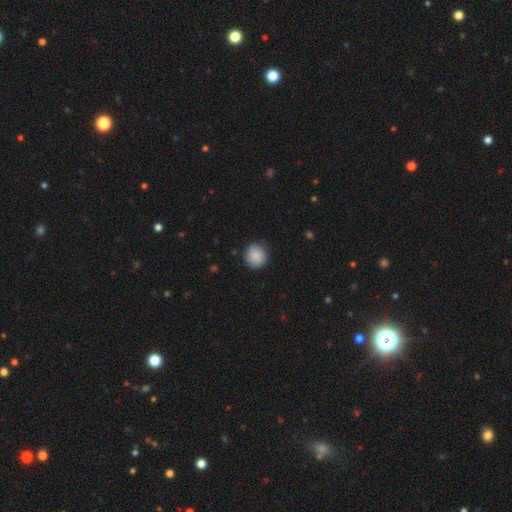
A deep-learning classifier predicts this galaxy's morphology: Smooth or featured?
  - smooth: 88% *
  - star or artifact: 7%
  - featured or disk: 5%
How rounded?
  - round: 91% *
  - in between: 8%
  - cigar-shaped: 1%
Merging?
  - none: 88% *
  - minor disturbance: 8%
  - major disturbance: 2%
  - merger: 1%